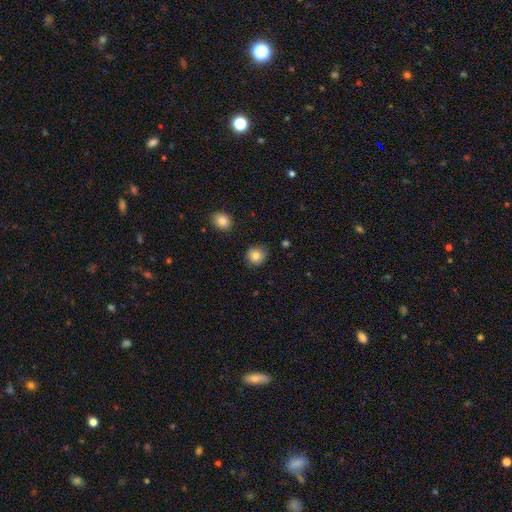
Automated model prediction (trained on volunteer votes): Smooth or featured? Predicted: smooth (p=0.82). How rounded? Predicted: round (p=0.89). Merging? Predicted: none (p=0.87).